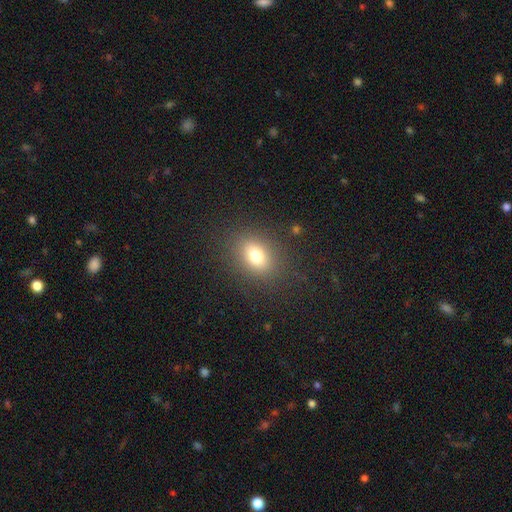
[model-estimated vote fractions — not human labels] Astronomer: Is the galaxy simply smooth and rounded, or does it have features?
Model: smooth — 75%.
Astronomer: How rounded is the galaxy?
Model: in between — 62%.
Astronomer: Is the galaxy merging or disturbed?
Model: none — 85%.